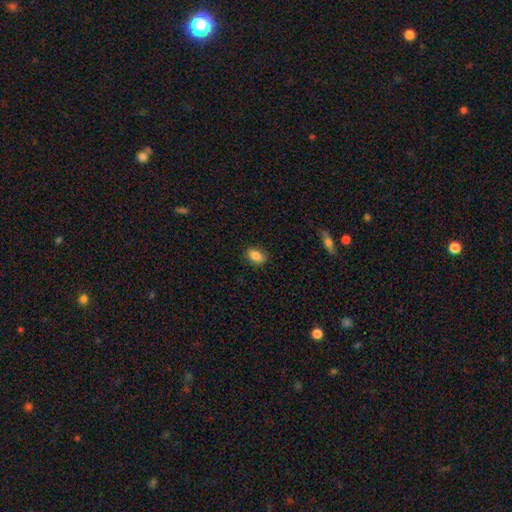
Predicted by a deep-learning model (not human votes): A smooth galaxy with no disk features (86%) that is in between round and cigar-shaped (83%).

Vote fractions:
- Smooth or featured? smooth: 86% / star or artifact: 9% / featured or disk: 5%
- How rounded? in between: 83% / round: 15% / cigar-shaped: 2%
- Merging? none: 85% / minor disturbance: 12% / major disturbance: 2% / merger: 1%